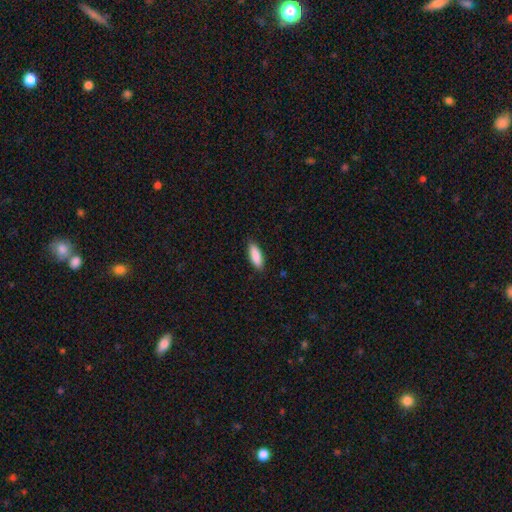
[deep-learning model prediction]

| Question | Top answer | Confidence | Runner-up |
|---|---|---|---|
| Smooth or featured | smooth | 89% | star or artifact (6%) |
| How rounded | in between | 63% | cigar-shaped (35%) |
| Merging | none | 88% | minor disturbance (9%) |